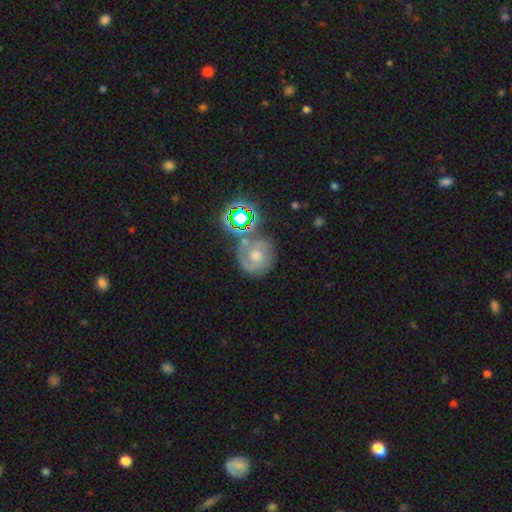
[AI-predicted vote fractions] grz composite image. It shows a featured or disk galaxy (63%) with no bar (67%), 2 (53%) tight (54%) spiral arms (85%) and a moderate central bulge (54%). Merging: none (62%).